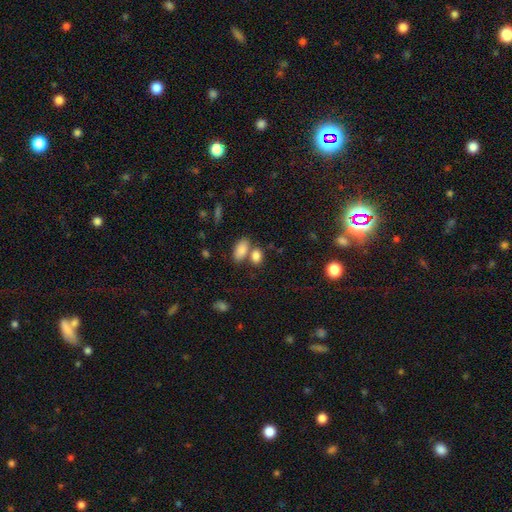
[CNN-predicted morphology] smooth 84%, star or artifact 10%, featured or disk 6%. Down the decision tree: how rounded — in between (81%); merging — none (49%).